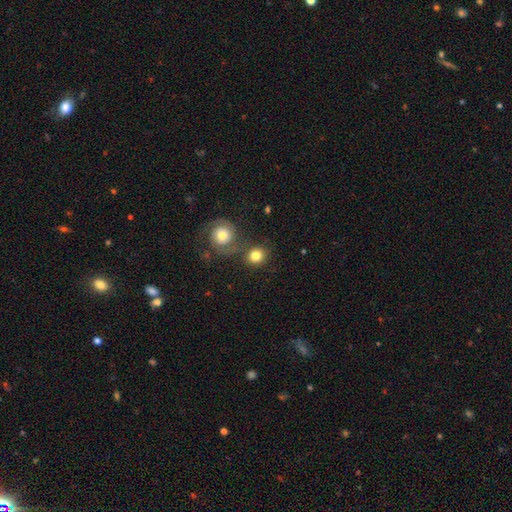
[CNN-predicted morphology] A smooth galaxy with no disk features (78%) that is round (85%). Merging: none (67%).